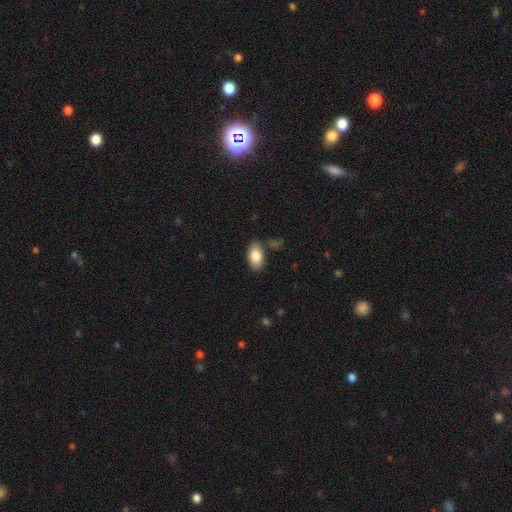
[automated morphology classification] smooth-or-featured: smooth: 84% | featured or disk: 9% | star or artifact: 7%
  how-rounded: in between: 93% | round: 5% | cigar-shaped: 2%
  merging: none: 82% | minor disturbance: 11% | merger: 4% | major disturbance: 3%